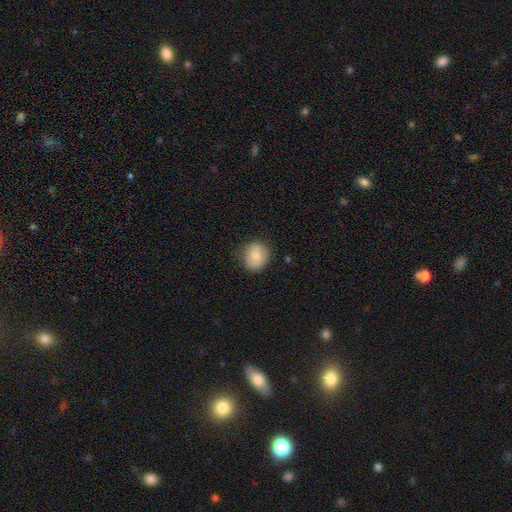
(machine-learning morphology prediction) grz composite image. It shows a smooth galaxy with no disk features (83%) that is round (78%). Merging: none (82%).